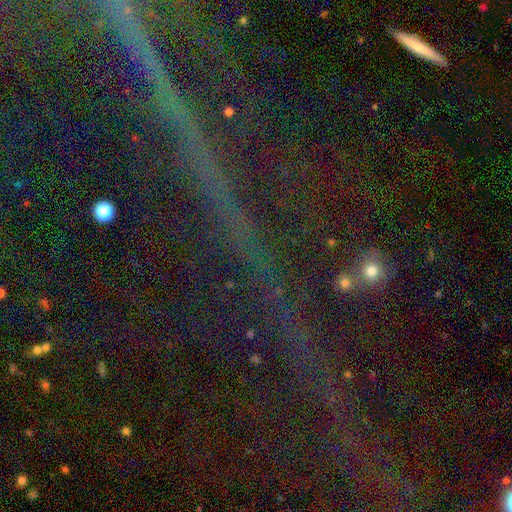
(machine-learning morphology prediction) star or artifact 69%, smooth 19%, featured or disk 12%.